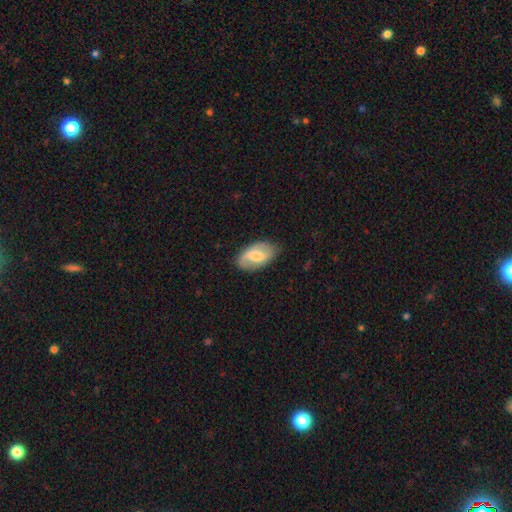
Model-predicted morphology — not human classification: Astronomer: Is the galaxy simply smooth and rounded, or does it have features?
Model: featured or disk — 54% (runner-up: smooth, 39%).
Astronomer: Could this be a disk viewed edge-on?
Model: no — 94%.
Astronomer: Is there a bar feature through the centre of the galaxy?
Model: weak — 51% (runner-up: strong, 29%).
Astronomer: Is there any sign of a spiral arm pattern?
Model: yes — 77%.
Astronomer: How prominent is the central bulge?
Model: moderate — 49%.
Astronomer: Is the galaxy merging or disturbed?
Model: none — 78%.